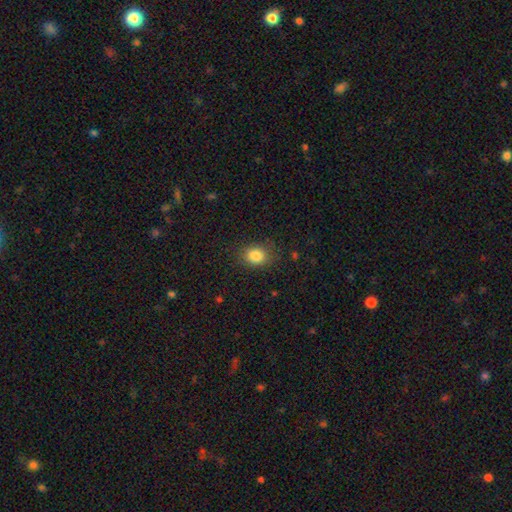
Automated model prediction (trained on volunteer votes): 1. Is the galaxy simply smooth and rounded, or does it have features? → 84% smooth, 10% star or artifact, 6% featured or disk.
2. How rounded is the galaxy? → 51% in between, 48% round, 1% cigar-shaped.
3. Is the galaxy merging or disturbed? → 82% none, 13% minor disturbance, 4% major disturbance, 1% merger.